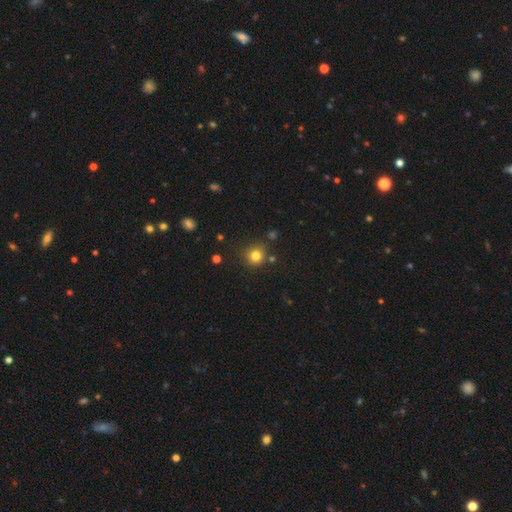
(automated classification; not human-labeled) Overall: smooth (80%). How rounded: round (92%). Merging: none (84%).